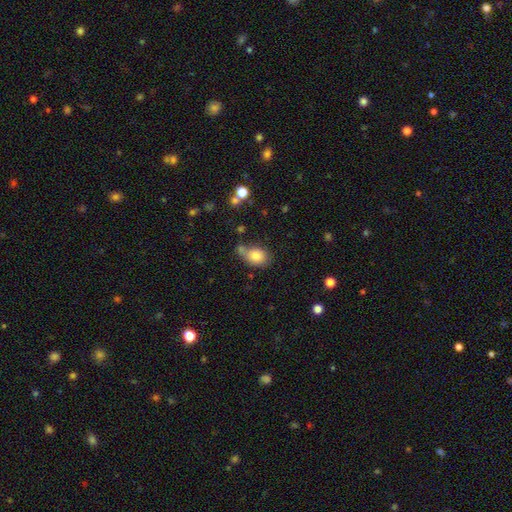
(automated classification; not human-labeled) Morphology: type=smooth (80%); roundness=in between (58%); merging=none (50%).